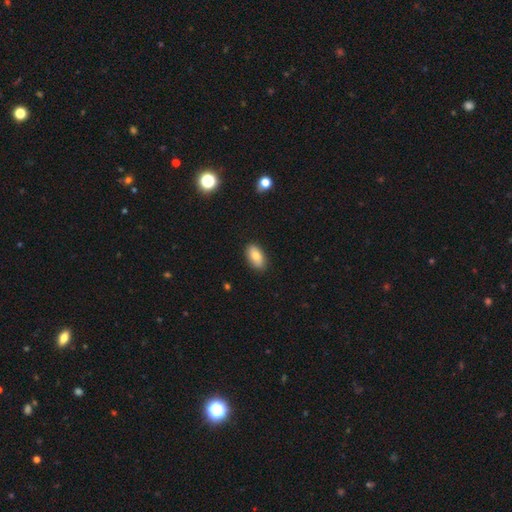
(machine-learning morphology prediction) A smooth galaxy with no disk features (81%) that is in between round and cigar-shaped (93%). Merging: none (85%).